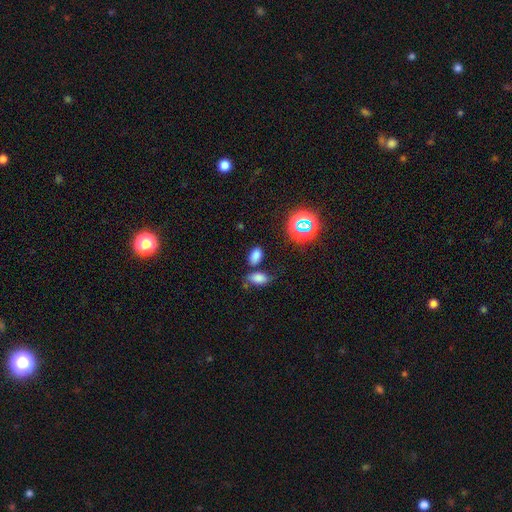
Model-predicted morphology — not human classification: The model was most divided on "merging": none: 67%, merger: 15%, minor disturbance: 13%, major disturbance: 5%. More confident: how rounded — in between (90%); smooth or featured — smooth (75%).